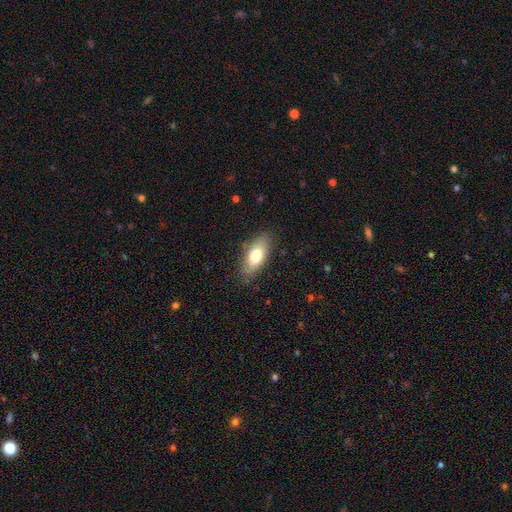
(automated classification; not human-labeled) Smooth or featured? smooth (74%)
How rounded? in between (84%)
Merging? none (83%)